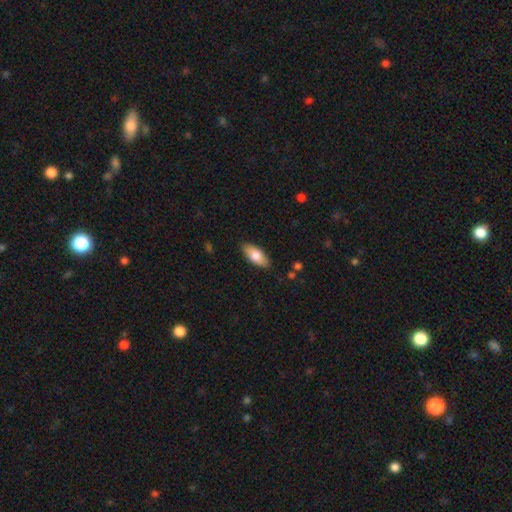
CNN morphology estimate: This is likely a smooth galaxy (78%). How rounded: clearly in between (86%). Merging: clearly none (87%).